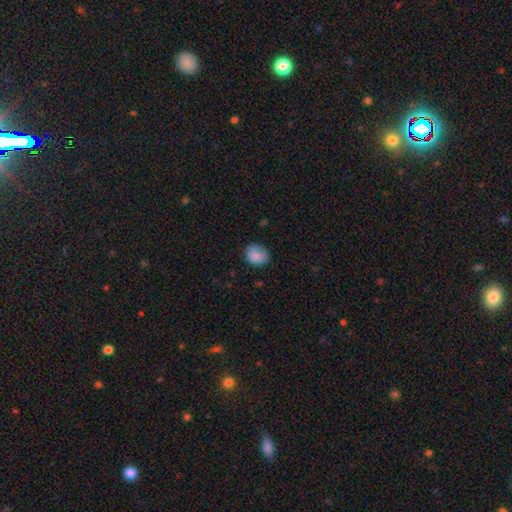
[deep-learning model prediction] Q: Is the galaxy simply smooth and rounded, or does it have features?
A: smooth — 84%.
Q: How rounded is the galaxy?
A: round — 53%.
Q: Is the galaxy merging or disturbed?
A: none — 73%.